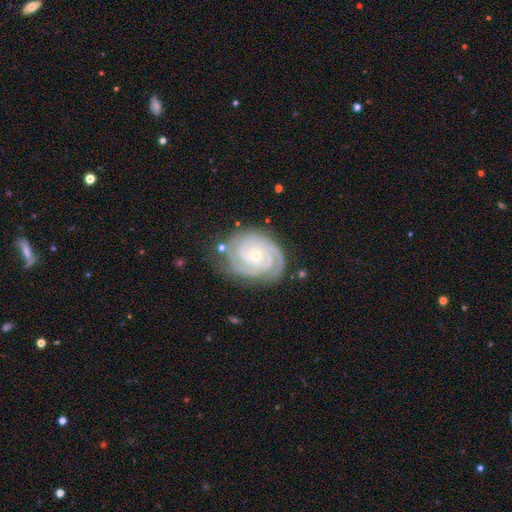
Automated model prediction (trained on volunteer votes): Smooth or featured? Predicted: featured or disk (p=0.91). Edge-on disk? Predicted: no (p=0.98). Bar? Predicted: no (p=0.76). Spiral arms? Predicted: yes (p=0.98). Spiral winding? Predicted: tight (p=0.83). Spiral arm count? Predicted: 3 (p=0.36). Bulge size? Predicted: small (p=0.71). Merging? Predicted: none (p=0.75).